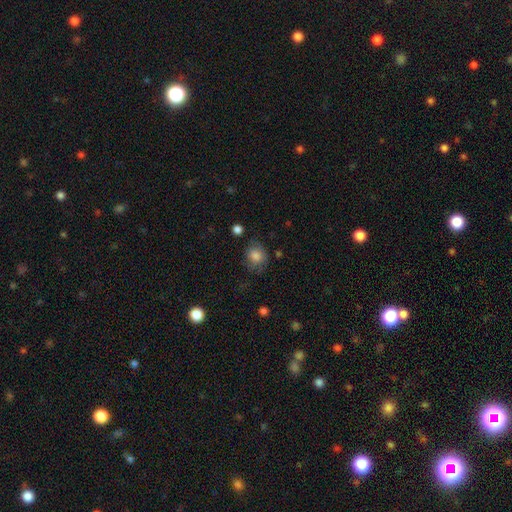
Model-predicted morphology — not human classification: Smooth or featured? smooth (82%)
How rounded? round (69%)
Merging? none (66%)